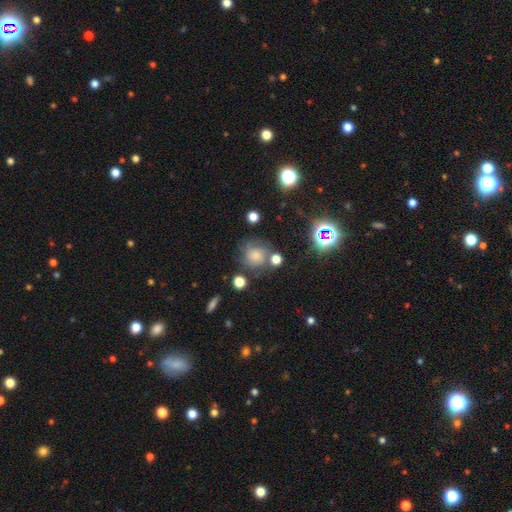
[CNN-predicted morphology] Smooth or featured? smooth (46%)
Merging? none (57%)